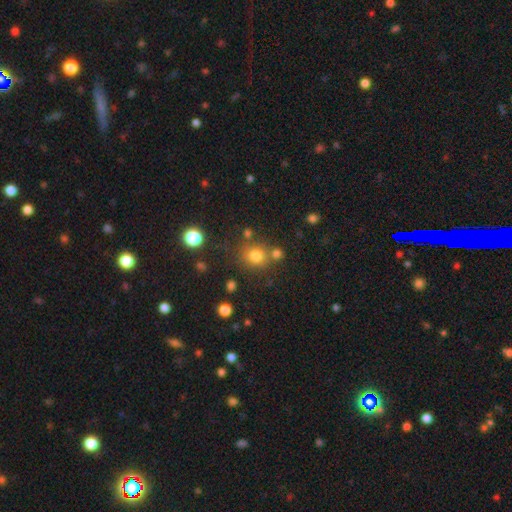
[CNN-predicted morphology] A smooth galaxy with no disk features (77%) that is round (85%). Merging: none (73%).